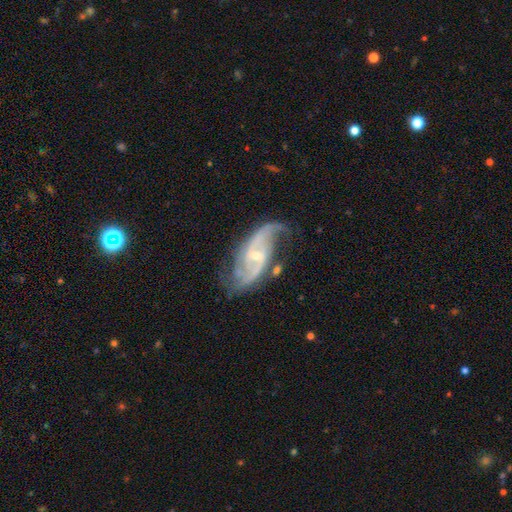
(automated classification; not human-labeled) This is clearly a featured or disk galaxy (89%). It is clearly not viewed edge-on (96%). Bar: possibly weak (45%). Spiral arm pattern: clearly yes (97%). Spiral arm count: likely 2 (73%). Spiral winding: possibly medium (45%). Central bulge: likely small (70%). Merging: likely none (61%).